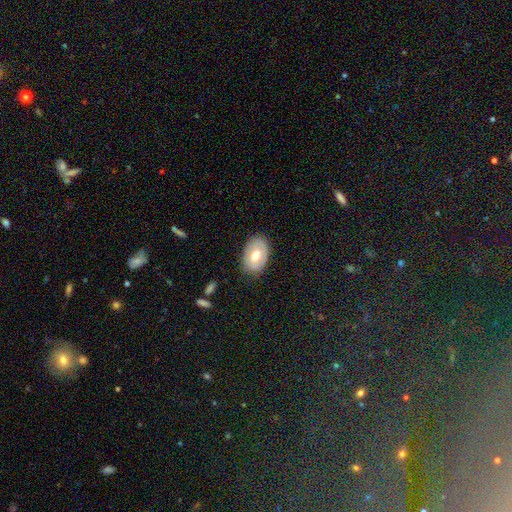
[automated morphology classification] Q: Smooth or featured?
A: smooth (60%); runner-up: featured or disk (33%)
Q: How rounded?
A: in between (86%); runner-up: round (13%)
Q: Merging?
A: none (81%); runner-up: minor disturbance (15%)